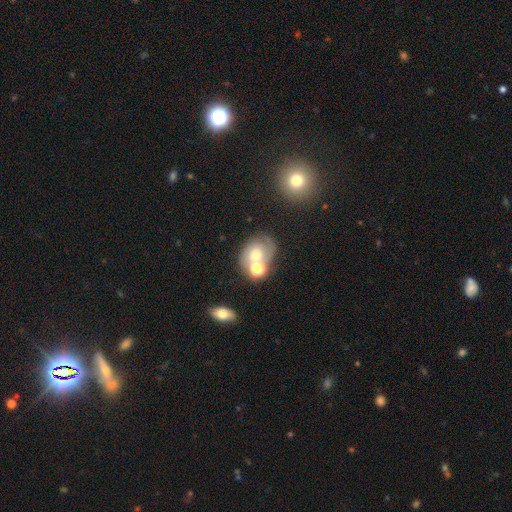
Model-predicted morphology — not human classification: smooth 47%, featured or disk 40%, star or artifact 13%. Down the decision tree: merging — none (39%).